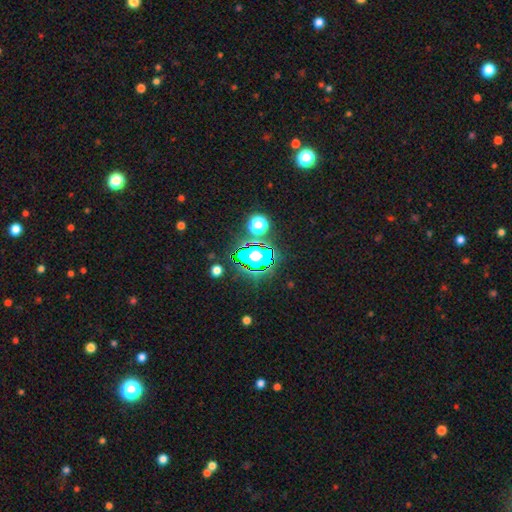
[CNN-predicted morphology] The model was most divided on "smooth or featured": star or artifact: 58%, smooth: 28%, featured or disk: 14%.